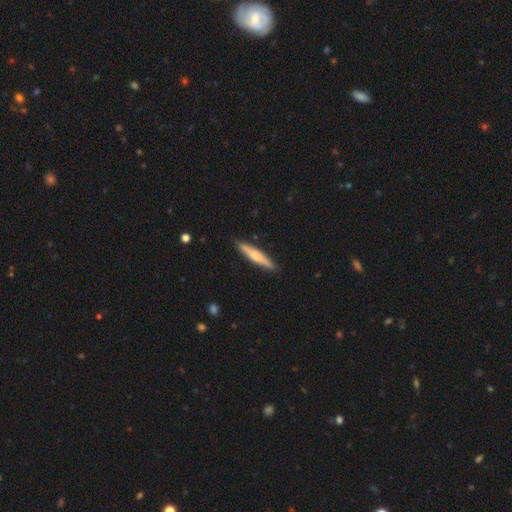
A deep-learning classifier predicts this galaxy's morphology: Q: Smooth or featured?
A: smooth (59%); runner-up: featured or disk (36%)
Q: How rounded?
A: cigar-shaped (92%); runner-up: in between (7%)
Q: Merging?
A: none (89%); runner-up: minor disturbance (8%)